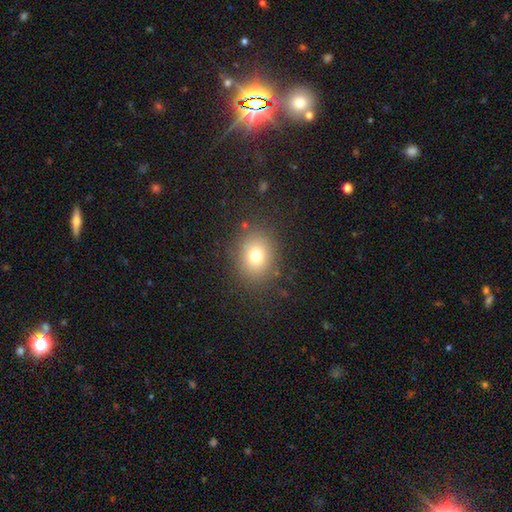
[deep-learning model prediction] Smooth or featured?
  - smooth: 75% *
  - star or artifact: 14%
  - featured or disk: 11%
How rounded?
  - round: 58% *
  - in between: 42%
  - cigar-shaped: 1%
Merging?
  - none: 84% *
  - minor disturbance: 10%
  - major disturbance: 5%
  - merger: 1%